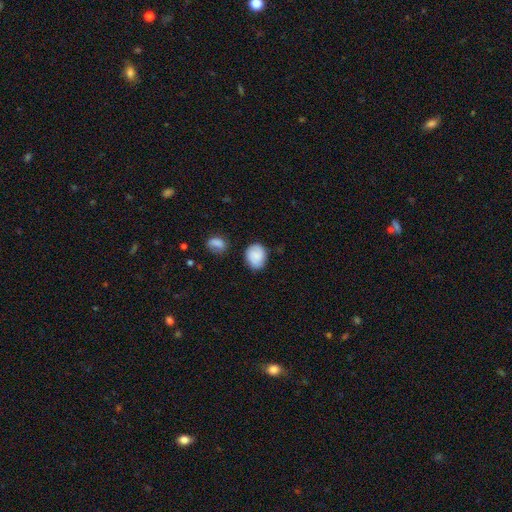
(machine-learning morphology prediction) smooth 73%, featured or disk 18%, star or artifact 8%. Down the decision tree: how rounded — in between (54%); merging — none (73%).